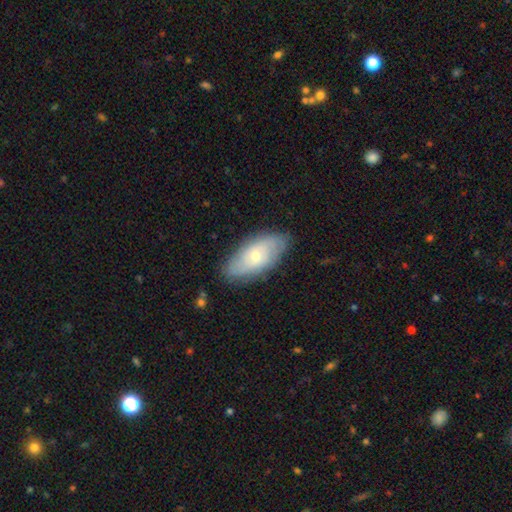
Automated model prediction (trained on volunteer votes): Smooth or featured?
  - featured or disk: 53% *
  - smooth: 40%
  - star or artifact: 7%
Edge-on disk?
  - no: 86% *
  - yes: 14%
Merging?
  - none: 81% *
  - minor disturbance: 15%
  - major disturbance: 3%
  - merger: 1%